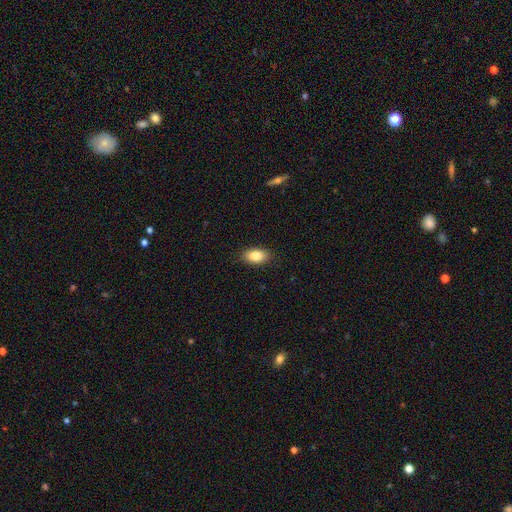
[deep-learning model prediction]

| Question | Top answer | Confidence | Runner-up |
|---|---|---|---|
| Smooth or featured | smooth | 86% | star or artifact (7%) |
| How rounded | in between | 91% | round (6%) |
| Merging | none | 87% | minor disturbance (9%) |